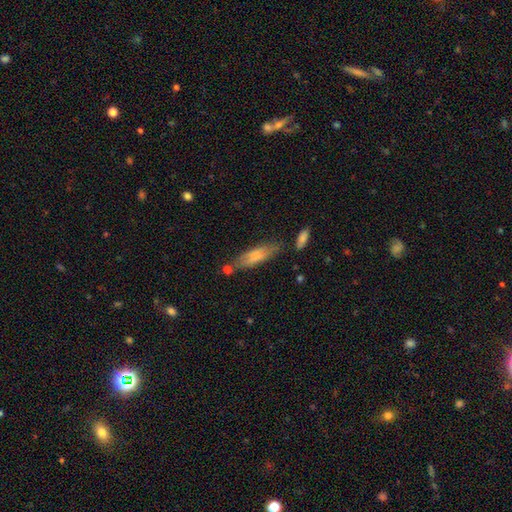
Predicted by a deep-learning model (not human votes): smooth 74%, featured or disk 20%, star or artifact 6%. Down the decision tree: how rounded — cigar-shaped (58%); merging — none (68%).